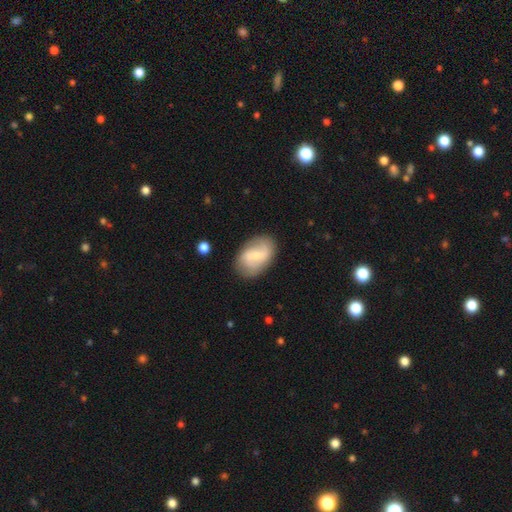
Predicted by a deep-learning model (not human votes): Smooth or featured?
  - featured or disk: 57% *
  - smooth: 36%
  - star or artifact: 7%
Edge-on disk?
  - no: 96% *
  - yes: 4%
Bar?
  - weak: 54% *
  - strong: 23%
  - no: 23%
Spiral arms?
  - yes: 80% *
  - no: 20%
Bulge size?
  - small: 58% *
  - moderate: 31%
  - none: 8%
  - large: 3%
  - dominant: 1%
Merging?
  - none: 79% *
  - minor disturbance: 15%
  - major disturbance: 5%
  - merger: 2%